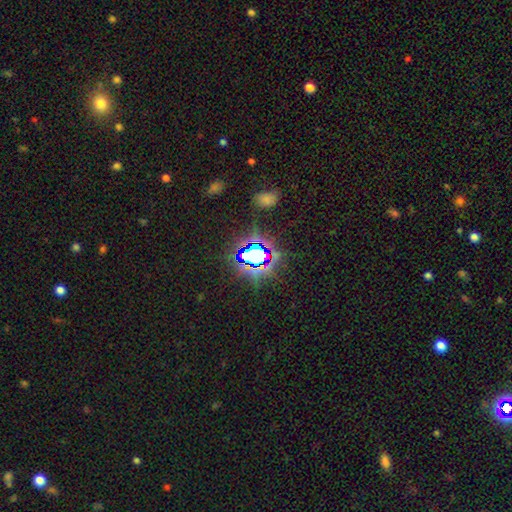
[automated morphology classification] This is likely a star or artifact rather than a galaxy (74%).